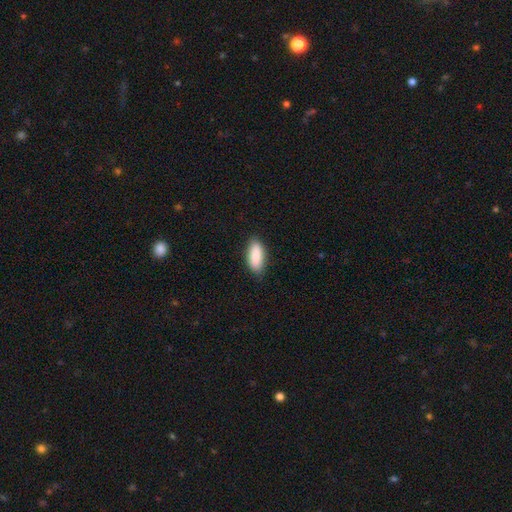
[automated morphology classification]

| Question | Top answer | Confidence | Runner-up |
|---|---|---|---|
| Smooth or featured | smooth | 86% | featured or disk (8%) |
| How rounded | in between | 80% | cigar-shaped (18%) |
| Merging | none | 85% | minor disturbance (12%) |